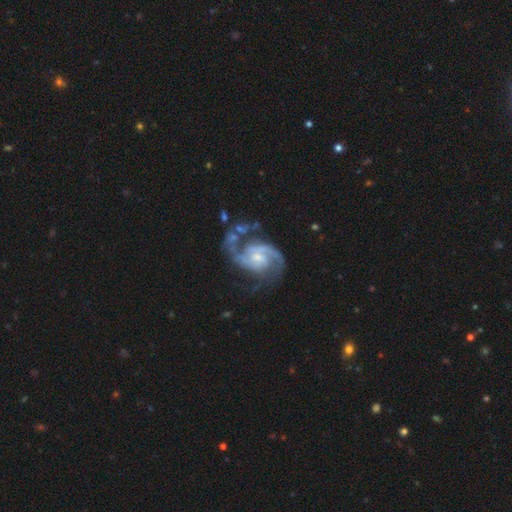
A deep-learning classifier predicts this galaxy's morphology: A featured or disk galaxy (92%) with no bar (54%), 2 (89%) medium (57%) spiral arms (98%) and a small central bulge (58%).

Vote fractions:
- Smooth or featured? featured or disk: 92% / star or artifact: 5% / smooth: 3%
- Edge-on disk? no: 98% / yes: 2%
- Bar? no: 54% / weak: 35% / strong: 11%
- Spiral arms? yes: 98% / no: 2%
- Spiral winding? medium: 57% / tight: 26% / loose: 17%
- Spiral arm count? 2: 89% / 3: 4% / can't tell: 2% / 1: 2% / 4: 1% / more than 4: 1%
- Bulge size? small: 58% / moderate: 33% / none: 5% / large: 3% / dominant: 1%
- Merging? none: 61% / minor disturbance: 19% / major disturbance: 13% / merger: 8%